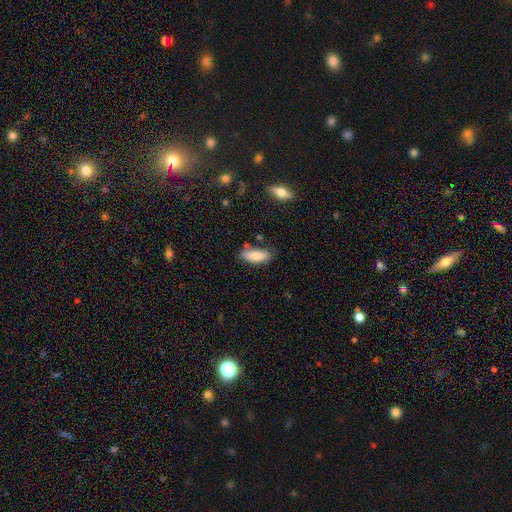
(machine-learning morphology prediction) Smooth or featured? smooth (81%)
How rounded? in between (69%)
Merging? none (73%)